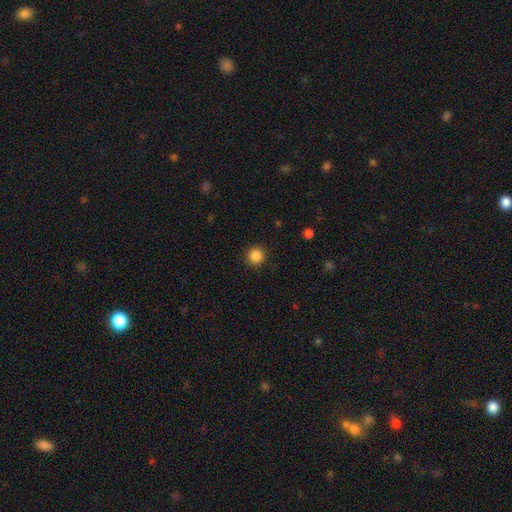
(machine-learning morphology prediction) Smooth or featured: smooth — 86% (star or artifact — 11%)
How rounded: round — 94% (in between — 5%)
Merging: none — 91% (minor disturbance — 6%)